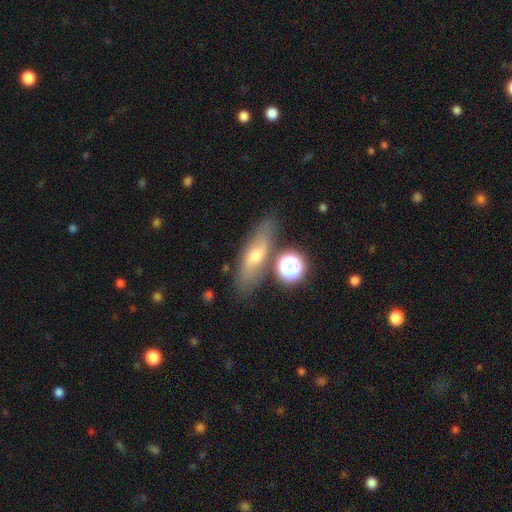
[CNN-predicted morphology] This appears to be a featured or disk galaxy (45%). Merging: none (72%).